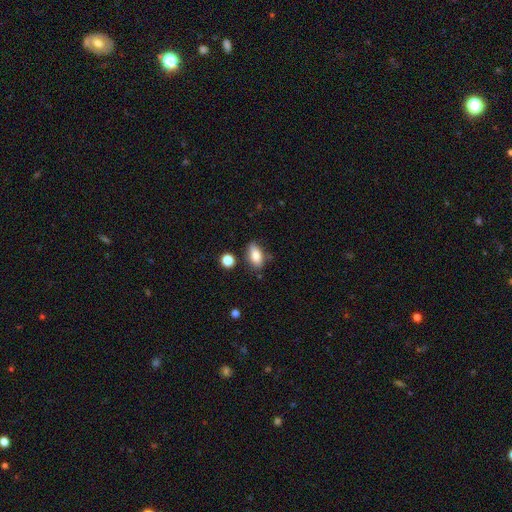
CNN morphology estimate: smooth_or_featured: smooth (p=0.81) [alt: featured or disk p=0.11]
how_rounded: in between (p=0.87) [alt: round p=0.07]
merging: none (p=0.73) [alt: minor disturbance p=0.18]